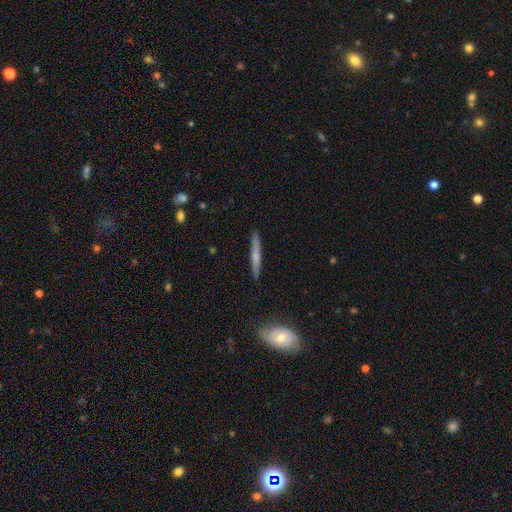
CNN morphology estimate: Smooth or featured?
  - smooth: 49% *
  - featured or disk: 45%
  - star or artifact: 6%
Merging?
  - none: 89% *
  - minor disturbance: 8%
  - major disturbance: 2%
  - merger: 1%